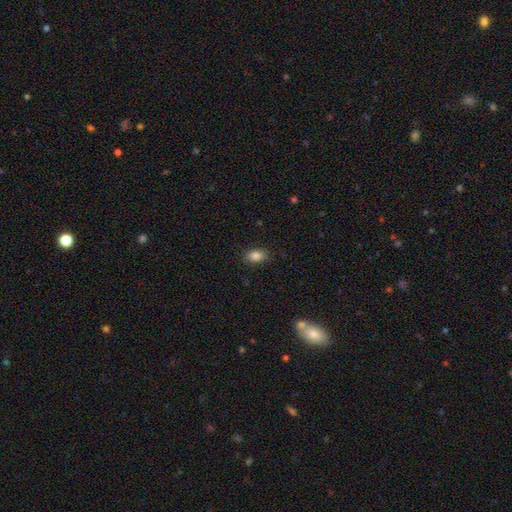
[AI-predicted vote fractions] Overall: smooth (86%). How rounded: in between (85%). Merging: none (87%).